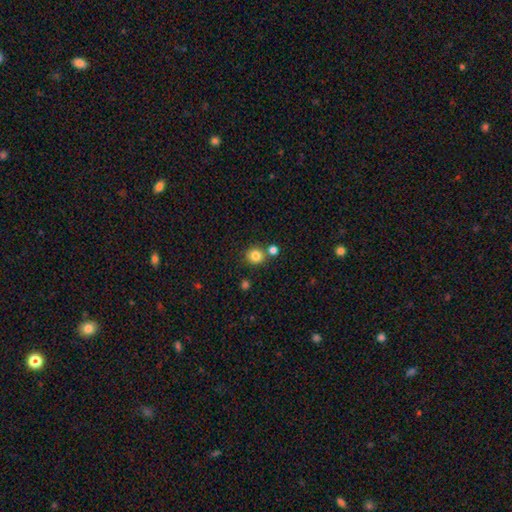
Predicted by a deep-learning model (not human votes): smooth-or-featured: smooth: 83% | star or artifact: 11% | featured or disk: 5%
  how-rounded: round: 87% | in between: 12% | cigar-shaped: 1%
  merging: none: 73% | merger: 16% | minor disturbance: 8% | major disturbance: 3%